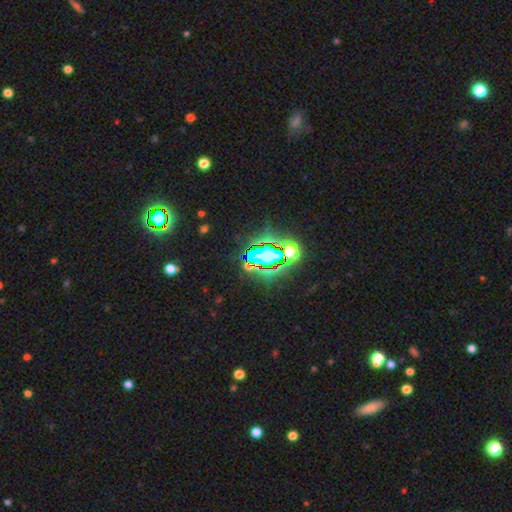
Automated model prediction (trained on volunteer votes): The model was most divided on "smooth or featured": star or artifact: 76%, smooth: 16%, featured or disk: 9%.